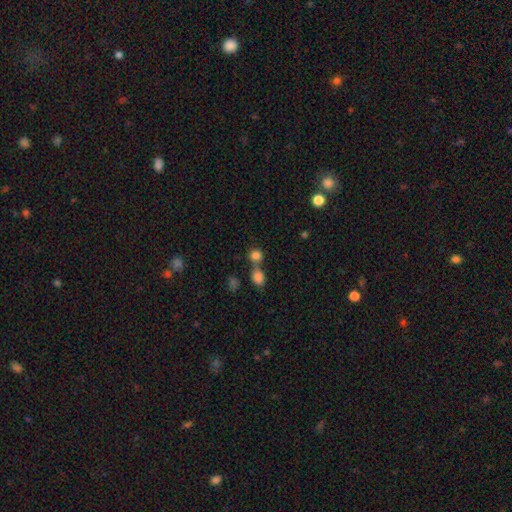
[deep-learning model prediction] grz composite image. It shows a smooth galaxy with no disk features (82%) that is round (77%). Merging: none (46%).